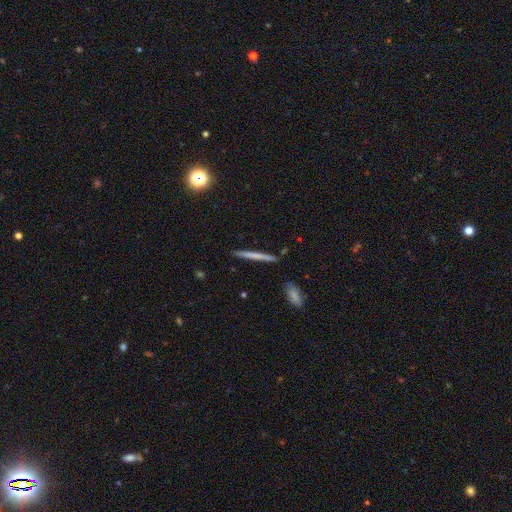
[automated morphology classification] Smooth or featured? smooth (58%)
How rounded? cigar-shaped (96%)
Merging? none (90%)